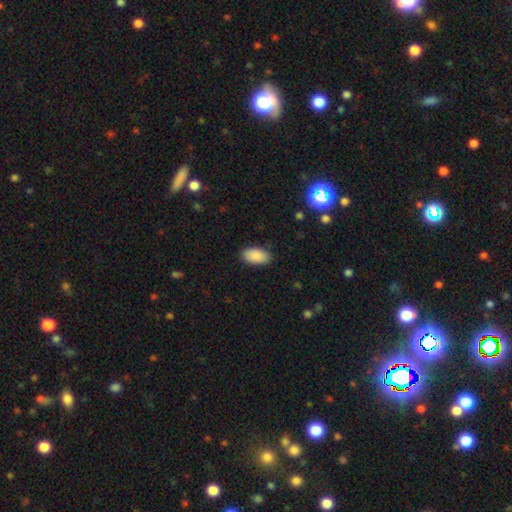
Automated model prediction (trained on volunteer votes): Smooth or featured? smooth (89%)
How rounded? in between (95%)
Merging? none (87%)